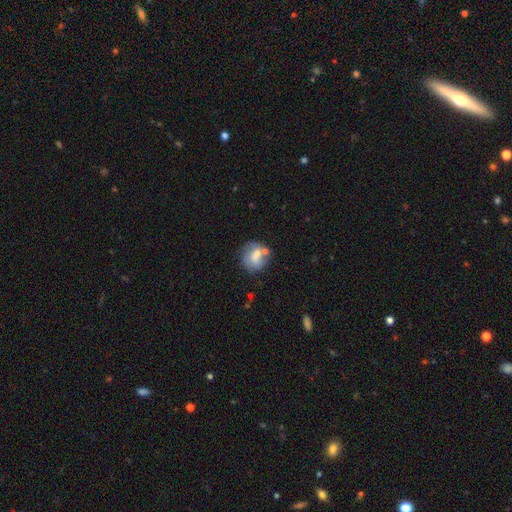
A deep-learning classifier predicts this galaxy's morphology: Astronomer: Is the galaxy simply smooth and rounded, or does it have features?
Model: smooth — 64%.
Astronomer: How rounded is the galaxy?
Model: round — 78%.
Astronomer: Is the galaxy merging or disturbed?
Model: none — 53%.